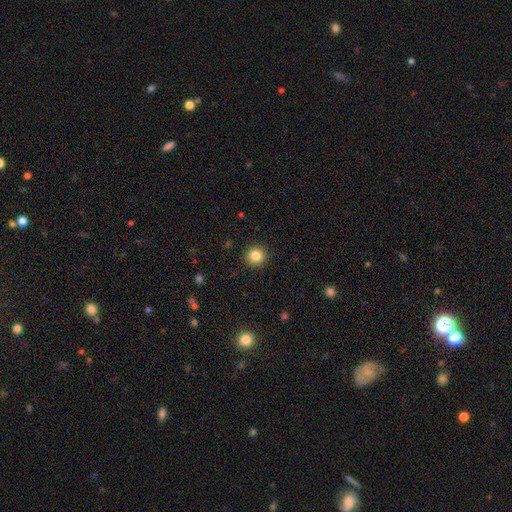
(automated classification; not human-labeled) Q: Smooth or featured?
A: smooth (84%); runner-up: star or artifact (11%)
Q: How rounded?
A: round (93%); runner-up: in between (6%)
Q: Merging?
A: none (92%); runner-up: minor disturbance (6%)